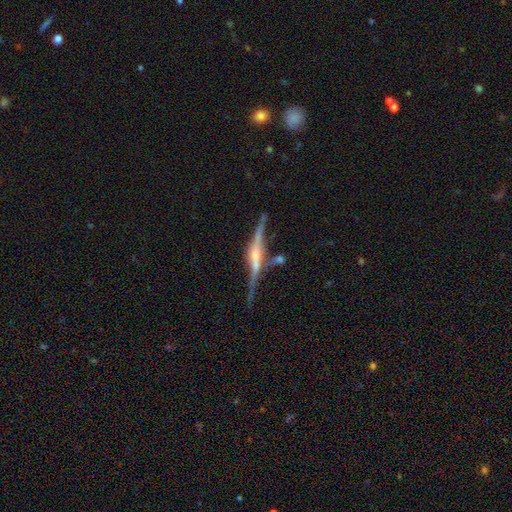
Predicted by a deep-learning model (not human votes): Smooth or featured: featured or disk — 84% (smooth — 9%)
Edge-on disk: yes — 96% (no — 4%)
Edge-on bulge: rounded — 78% (boxy — 14%)
Merging: none — 66% (minor disturbance — 18%)